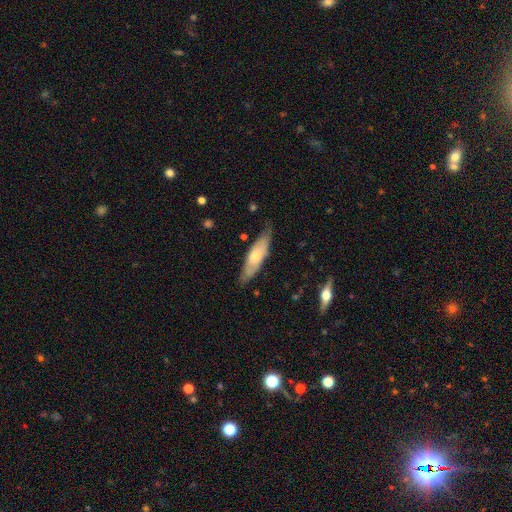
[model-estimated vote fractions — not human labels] smooth_or_featured: smooth (p=0.57) [alt: featured or disk p=0.38]
how_rounded: cigar-shaped (p=0.55) [alt: in between p=0.43]
merging: none (p=0.73) [alt: minor disturbance p=0.22]